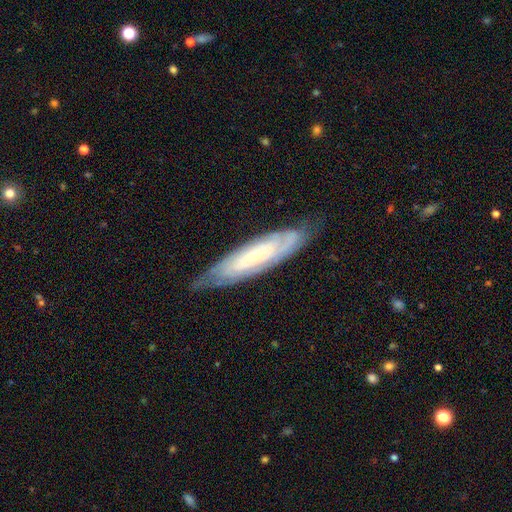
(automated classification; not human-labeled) smooth_or_featured: featured or disk (p=0.74) [alt: smooth p=0.20]
disk_edge_on: no (p=0.72) [alt: yes p=0.28]
bar: no (p=0.63) [alt: weak p=0.26]
has_spiral_arms: yes (p=0.87) [alt: no p=0.13]
bulge_size: small (p=0.69) [alt: moderate p=0.26]
merging: none (p=0.72) [alt: minor disturbance p=0.21]